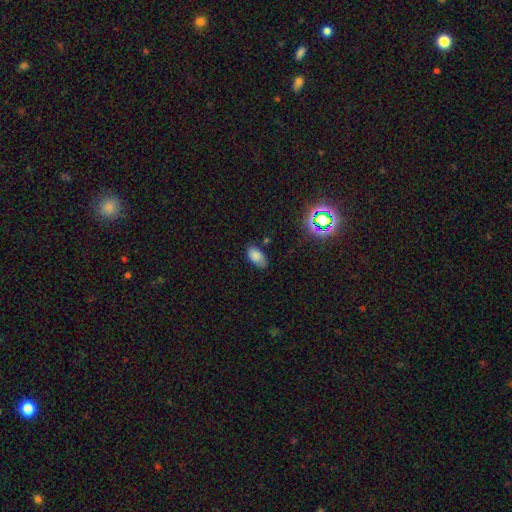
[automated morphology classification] Smooth or featured? Predicted: smooth (p=0.78). How rounded? Predicted: in between (p=0.94). Merging? Predicted: none (p=0.72).